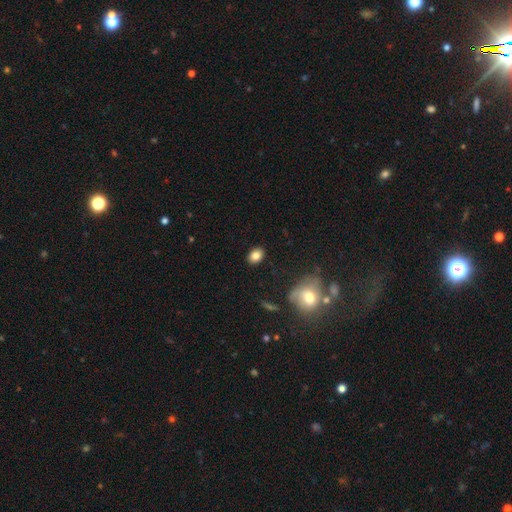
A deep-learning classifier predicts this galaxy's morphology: A smooth galaxy with no disk features (83%) that is in between round and cigar-shaped (75%). Merging: none (87%).